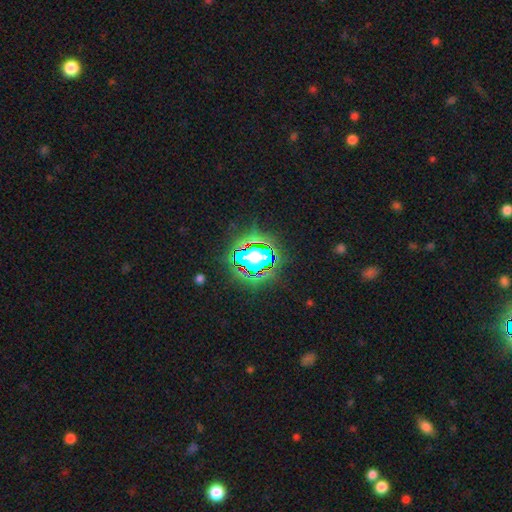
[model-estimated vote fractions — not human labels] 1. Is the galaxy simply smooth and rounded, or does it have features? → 66% star or artifact, 20% smooth, 14% featured or disk.